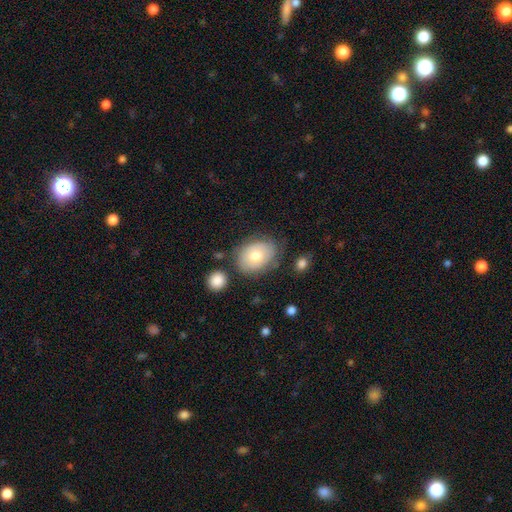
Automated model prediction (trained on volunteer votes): The model was most divided on "how rounded": in between: 70%, round: 29%, cigar-shaped: 1%. More confident: merging — none (70%); smooth or featured — smooth (68%).